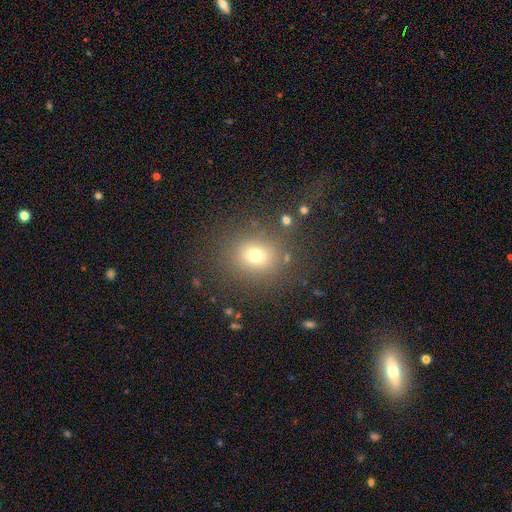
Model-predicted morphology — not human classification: This appears to be a smooth galaxy with no disk features (71%) that is round (76%). Merging: none (82%).